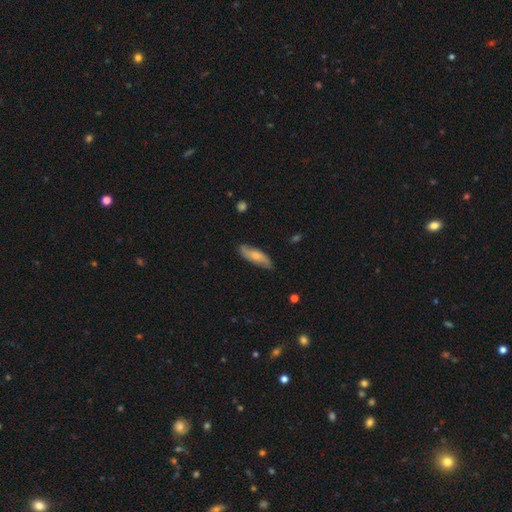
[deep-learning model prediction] smooth_or_featured: smooth (p=0.49) [alt: featured or disk p=0.45]
merging: none (p=0.79) [alt: minor disturbance p=0.17]